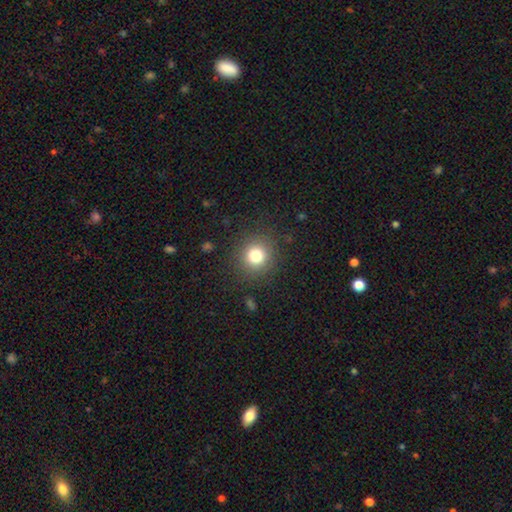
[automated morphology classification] Smooth or featured? smooth (79%)
How rounded? round (91%)
Merging? none (88%)